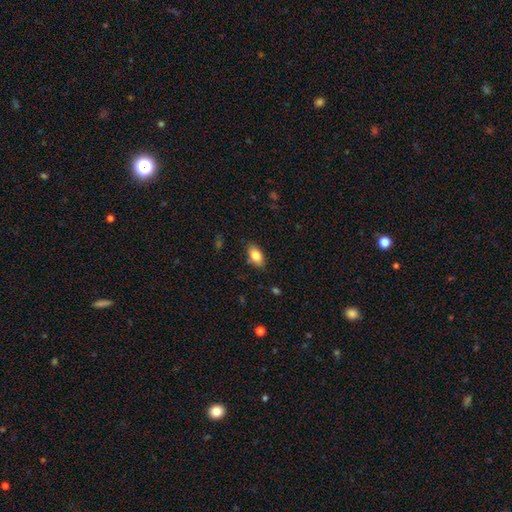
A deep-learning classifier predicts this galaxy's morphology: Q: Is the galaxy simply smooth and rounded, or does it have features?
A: smooth — 82%.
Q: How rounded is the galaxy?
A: in between — 91%.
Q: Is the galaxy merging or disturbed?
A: none — 85%.